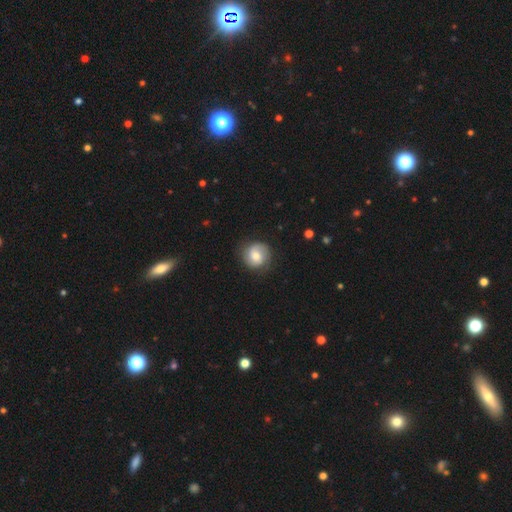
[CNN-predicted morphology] Smooth or featured?
  - smooth: 51% *
  - featured or disk: 42%
  - star or artifact: 7%
How rounded?
  - round: 89% *
  - in between: 10%
  - cigar-shaped: 1%
Merging?
  - none: 81% *
  - minor disturbance: 14%
  - major disturbance: 4%
  - merger: 1%